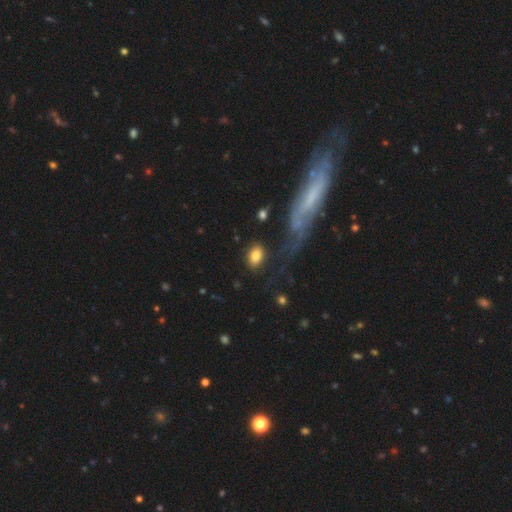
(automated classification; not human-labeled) smooth 82%, featured or disk 11%, star or artifact 7%. Down the decision tree: how rounded — in between (81%); merging — none (76%).